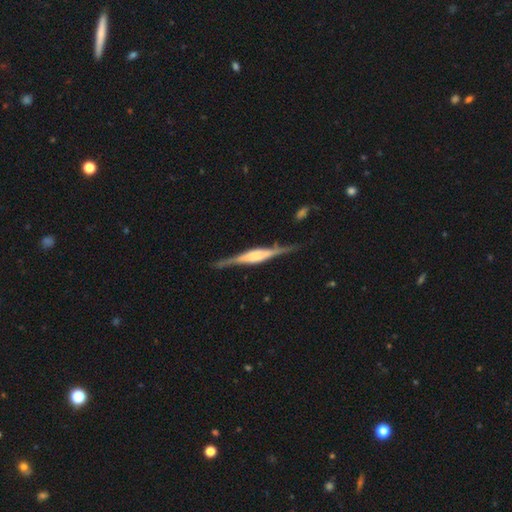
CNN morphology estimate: A featured or disk galaxy (83%) viewed edge-on (97%) with a boxy central bulge (53%). Merging: none (83%).